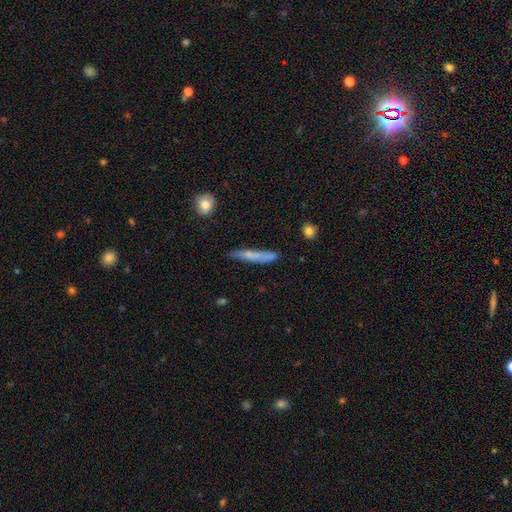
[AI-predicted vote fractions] Morphology: type=smooth (60%); roundness=cigar-shaped (93%); merging=none (73%).